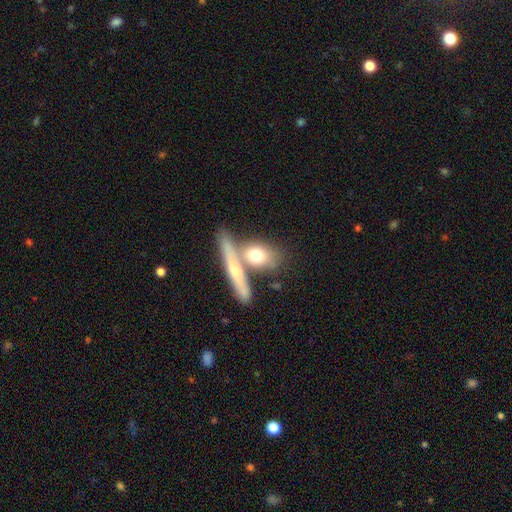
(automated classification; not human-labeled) Smooth or featured?
  - smooth: 65% *
  - featured or disk: 29%
  - star or artifact: 7%
How rounded?
  - in between: 46% *
  - cigar-shaped: 29%
  - round: 24%
Merging?
  - none: 48% *
  - merger: 36%
  - minor disturbance: 11%
  - major disturbance: 5%